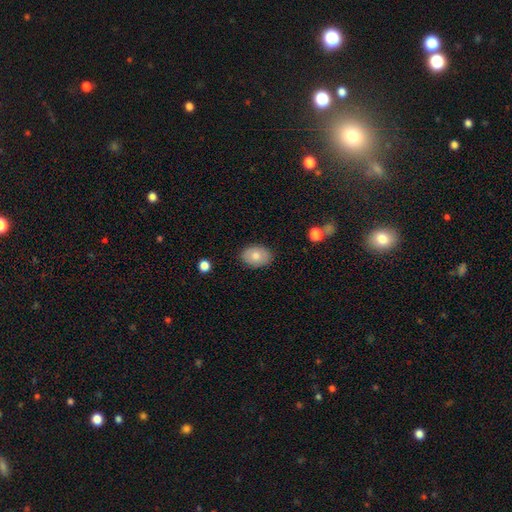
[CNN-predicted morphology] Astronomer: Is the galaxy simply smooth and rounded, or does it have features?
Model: smooth — 78%.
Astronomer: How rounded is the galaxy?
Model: in between — 77%.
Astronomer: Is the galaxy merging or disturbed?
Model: none — 86%.